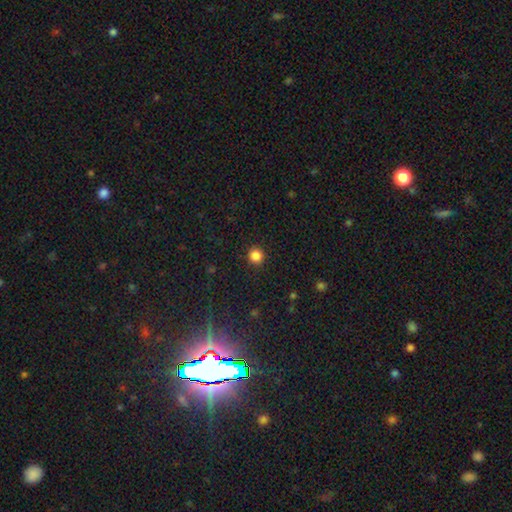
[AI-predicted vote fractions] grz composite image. It shows a smooth galaxy with no disk features (85%) that is round (93%). Merging: none (92%).